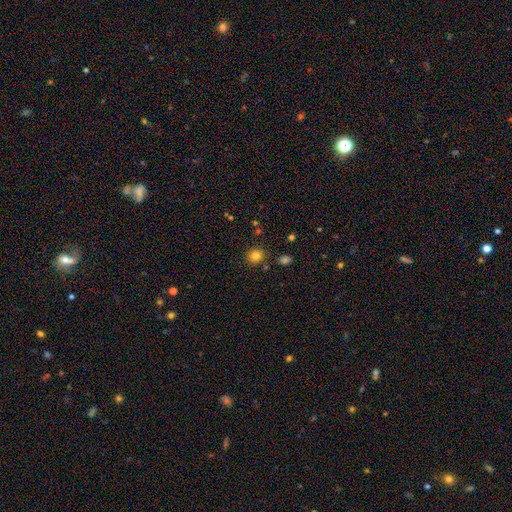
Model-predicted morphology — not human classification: This appears to be a smooth galaxy with no disk features (81%) that is round (84%). Merging: none (83%).